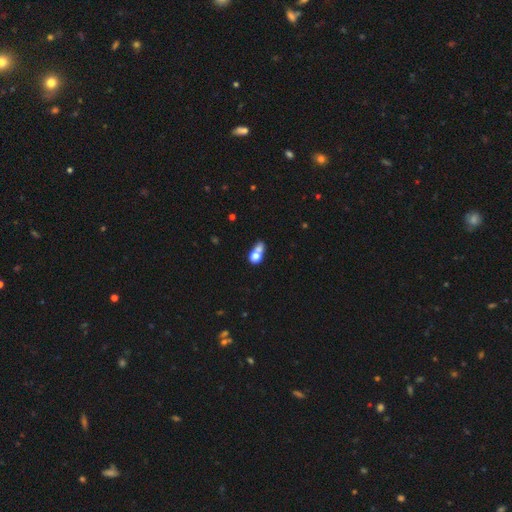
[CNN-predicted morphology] A smooth galaxy with no disk features (71%) that is round (55%). Merging: merger (57%).